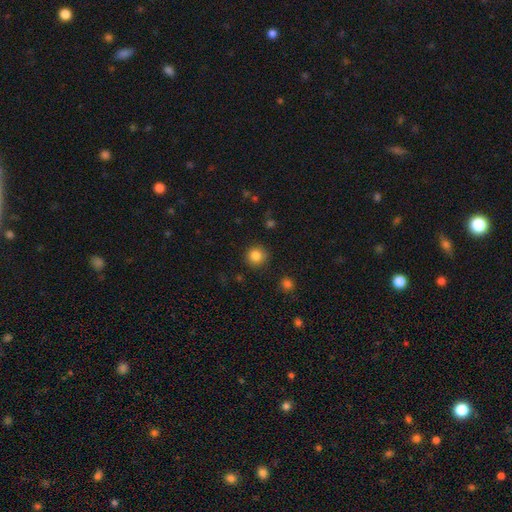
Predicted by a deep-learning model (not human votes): Smooth or featured? Predicted: smooth (p=0.84). How rounded? Predicted: round (p=0.94). Merging? Predicted: none (p=0.90).